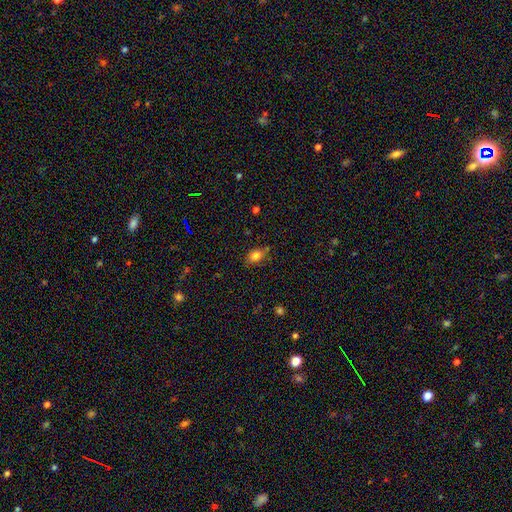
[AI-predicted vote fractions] This is likely a smooth galaxy (79%). How rounded: likely in between (74%). Merging: likely none (69%).